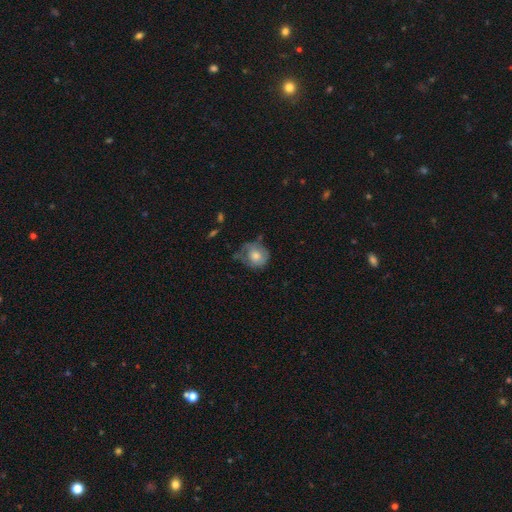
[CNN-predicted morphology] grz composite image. It shows a smooth galaxy with no disk features (59%) that is round (77%). Merging: none (46%).